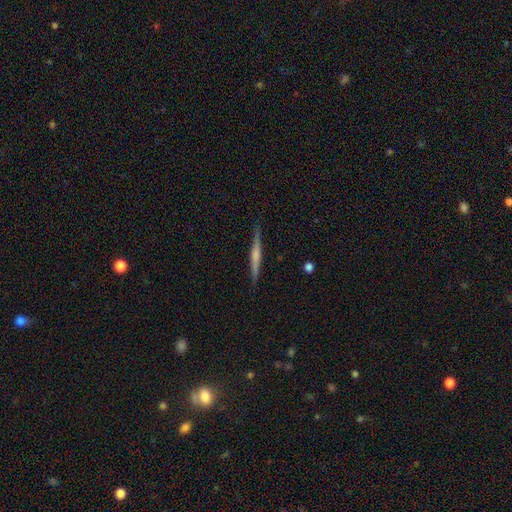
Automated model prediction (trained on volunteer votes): Smooth or featured? Predicted: featured or disk (p=0.59). Edge-on disk? Predicted: yes (p=0.98). Edge-on bulge? Predicted: rounded (p=0.42). Merging? Predicted: none (p=0.88).